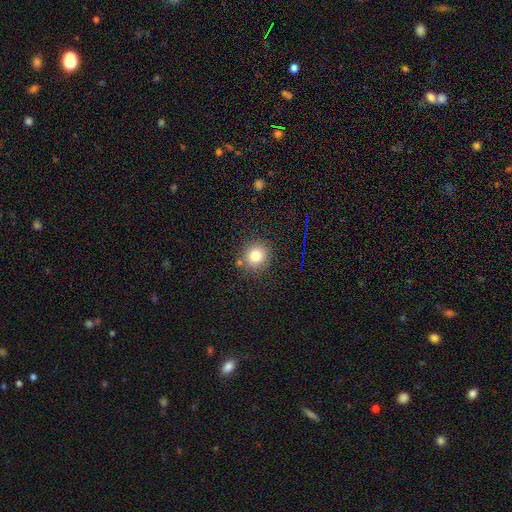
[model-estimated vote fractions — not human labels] Smooth or featured? Predicted: smooth (p=0.79). How rounded? Predicted: round (p=0.89). Merging? Predicted: none (p=0.82).